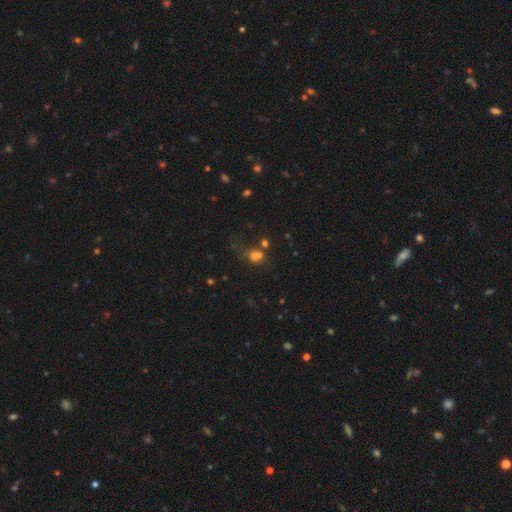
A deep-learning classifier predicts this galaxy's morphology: smooth_or_featured: smooth (p=0.65) [alt: star or artifact p=0.23]
how_rounded: round (p=0.58) [alt: in between p=0.40]
merging: merger (p=0.40) [alt: none p=0.37]